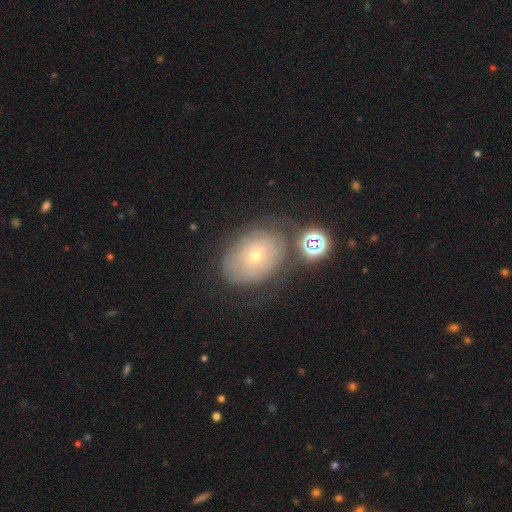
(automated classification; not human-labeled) The model was most divided on "bulge size": small: 63%, moderate: 34%, large: 2%, dominant: 1%, none: 1%. More confident: edge-on disk — no (95%); bar — no (84%); spiral arms — yes (71%); merging — none (65%); smooth or featured — featured or disk (61%).